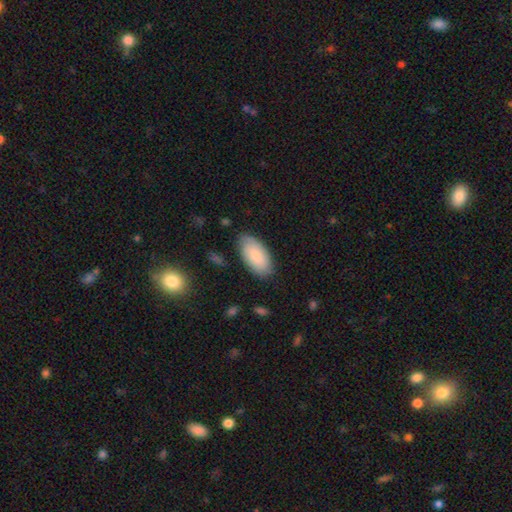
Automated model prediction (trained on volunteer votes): Smooth or featured? Predicted: smooth (p=0.77). How rounded? Predicted: in between (p=0.95). Merging? Predicted: none (p=0.81).